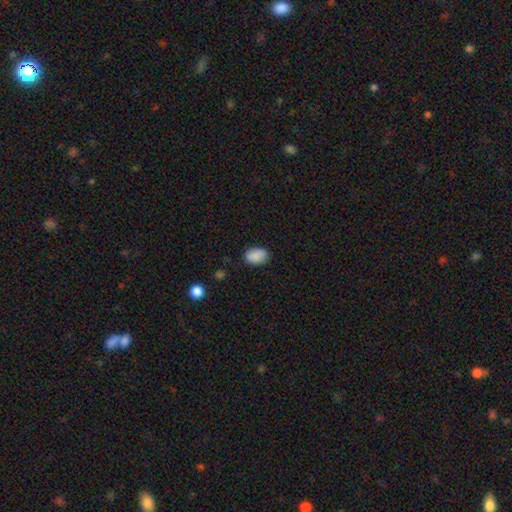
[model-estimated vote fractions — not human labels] Smooth or featured?
  - smooth: 87% *
  - star or artifact: 8%
  - featured or disk: 5%
How rounded?
  - in between: 84% *
  - round: 15%
  - cigar-shaped: 1%
Merging?
  - none: 81% *
  - minor disturbance: 15%
  - major disturbance: 3%
  - merger: 2%